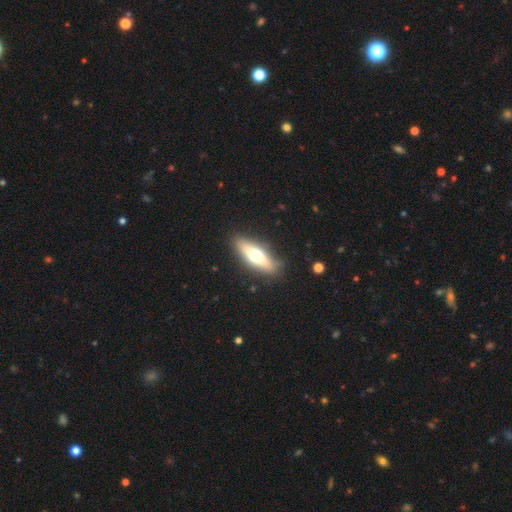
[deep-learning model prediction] Smooth or featured?
  - smooth: 51% *
  - featured or disk: 42%
  - star or artifact: 6%
How rounded?
  - cigar-shaped: 53% *
  - in between: 44%
  - round: 3%
Merging?
  - none: 87% *
  - minor disturbance: 10%
  - major disturbance: 3%
  - merger: 1%